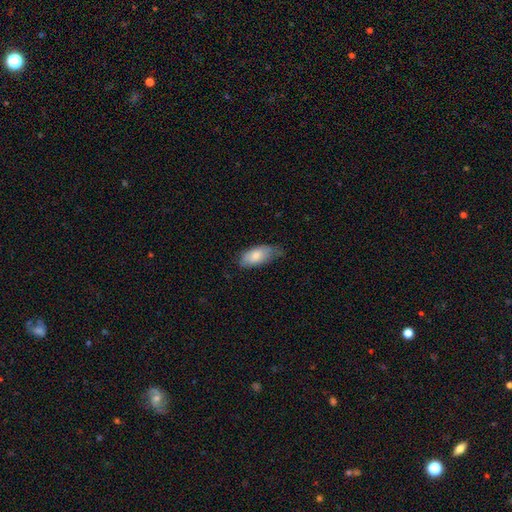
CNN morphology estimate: smooth-or-featured: smooth: 80% | featured or disk: 14% | star or artifact: 6%
  how-rounded: in between: 89% | cigar-shaped: 8% | round: 2%
  merging: none: 51% | minor disturbance: 38% | major disturbance: 9% | merger: 2%